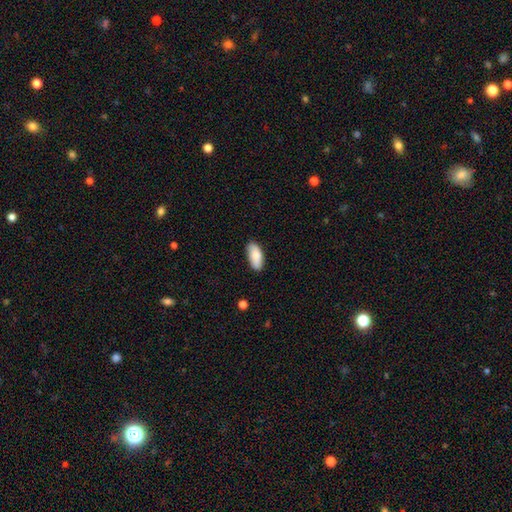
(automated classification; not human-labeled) Morphology: type=smooth (86%); roundness=in between (88%); merging=none (85%).